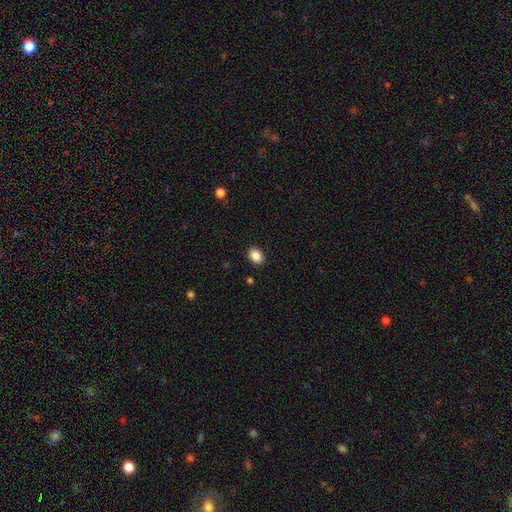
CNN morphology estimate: Smooth or featured?
  - smooth: 86% *
  - star or artifact: 9%
  - featured or disk: 4%
How rounded?
  - in between: 67% *
  - round: 32%
  - cigar-shaped: 1%
Merging?
  - none: 89% *
  - minor disturbance: 7%
  - major disturbance: 2%
  - merger: 1%